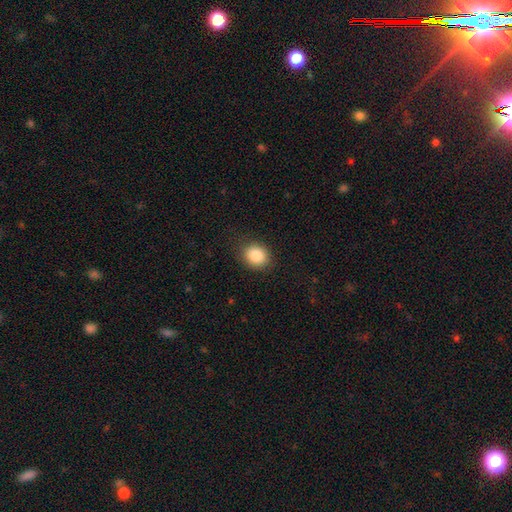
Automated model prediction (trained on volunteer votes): Smooth or featured: smooth — 86% (star or artifact — 9%)
How rounded: round — 65% (in between — 34%)
Merging: none — 86% (minor disturbance — 10%)